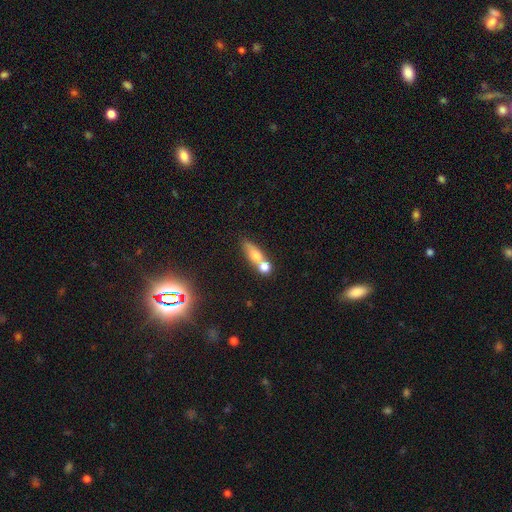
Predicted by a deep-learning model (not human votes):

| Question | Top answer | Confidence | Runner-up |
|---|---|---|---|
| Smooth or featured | smooth | 65% | featured or disk (25%) |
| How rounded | in between | 48% | cigar-shaped (28%) |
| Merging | merger | 54% | none (31%) |